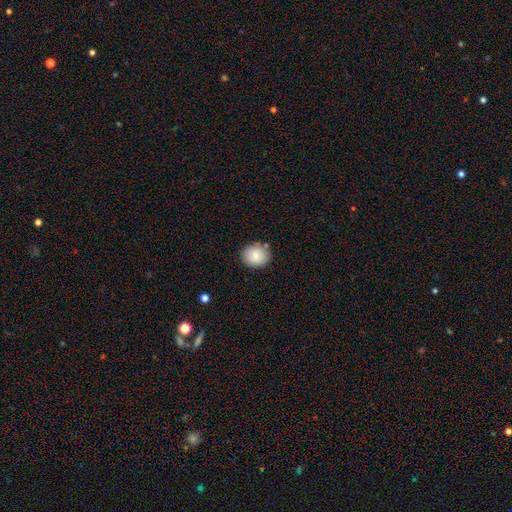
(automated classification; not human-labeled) Smooth or featured?
  - smooth: 85% *
  - star or artifact: 8%
  - featured or disk: 7%
How rounded?
  - round: 68% *
  - in between: 31%
  - cigar-shaped: 1%
Merging?
  - none: 82% *
  - minor disturbance: 12%
  - merger: 4%
  - major disturbance: 3%